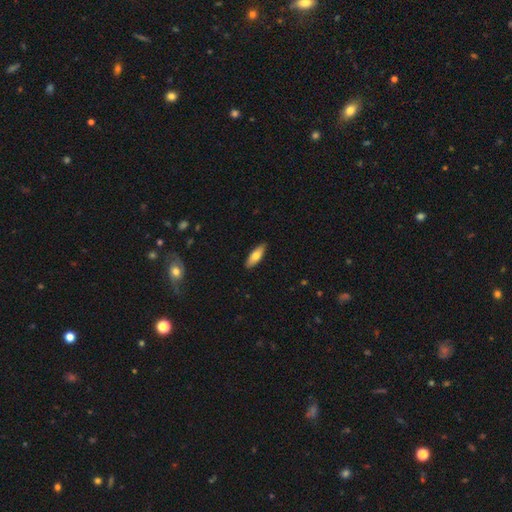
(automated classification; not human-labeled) A smooth galaxy with no disk features (71%) that is in between round and cigar-shaped (59%). Merging: none (87%).